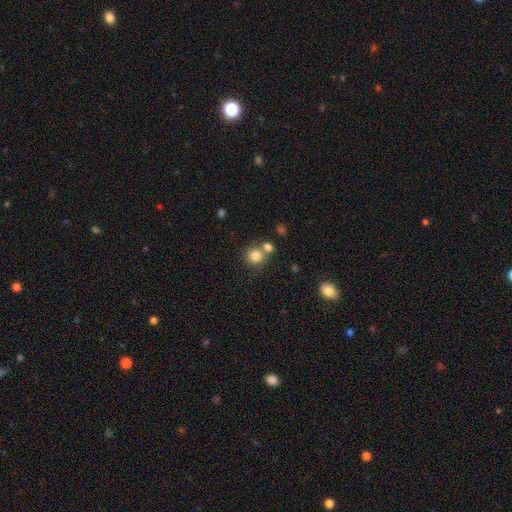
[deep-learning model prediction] smooth-or-featured: smooth: 80% | star or artifact: 11% | featured or disk: 8%
  how-rounded: round: 88% | in between: 11% | cigar-shaped: 1%
  merging: none: 59% | merger: 29% | minor disturbance: 9% | major disturbance: 3%